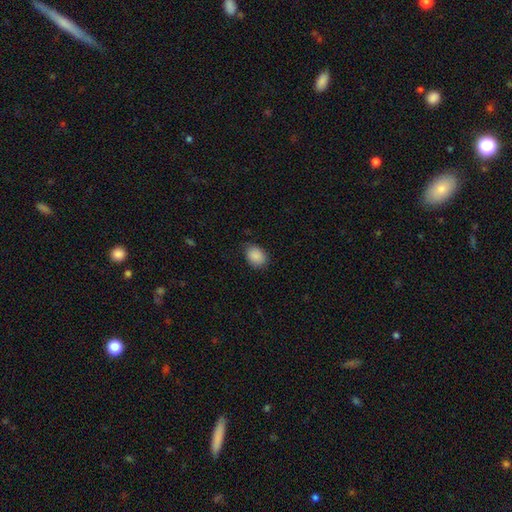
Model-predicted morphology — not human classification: Q: Smooth or featured?
A: smooth (89%); runner-up: star or artifact (8%)
Q: How rounded?
A: in between (61%); runner-up: round (39%)
Q: Merging?
A: none (81%); runner-up: minor disturbance (15%)